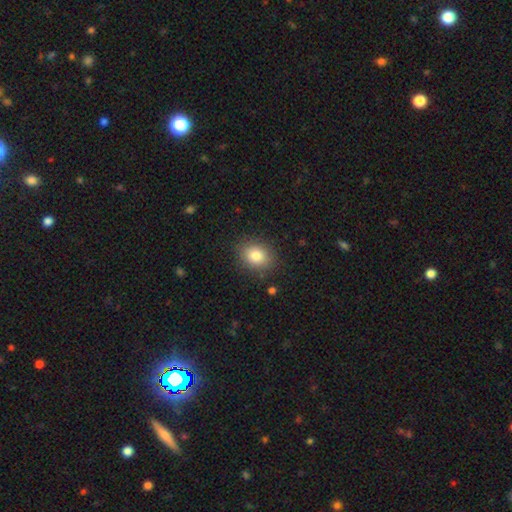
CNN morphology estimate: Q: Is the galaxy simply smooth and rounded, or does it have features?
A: smooth — 82%.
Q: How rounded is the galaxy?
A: in between — 53%.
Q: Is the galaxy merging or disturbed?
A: none — 87%.